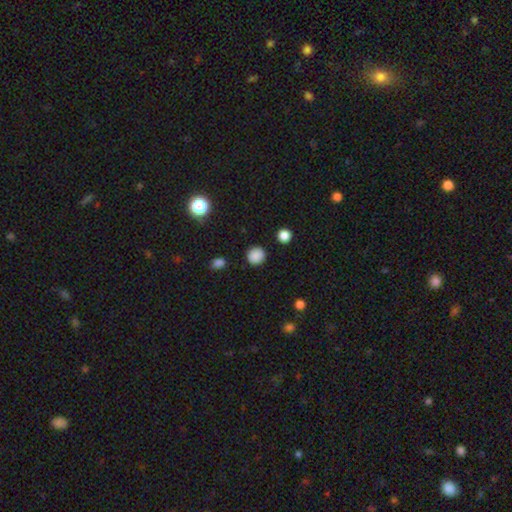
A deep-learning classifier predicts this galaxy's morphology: This appears to be a smooth galaxy with no disk features (86%) that is round (92%). Merging: none (90%).